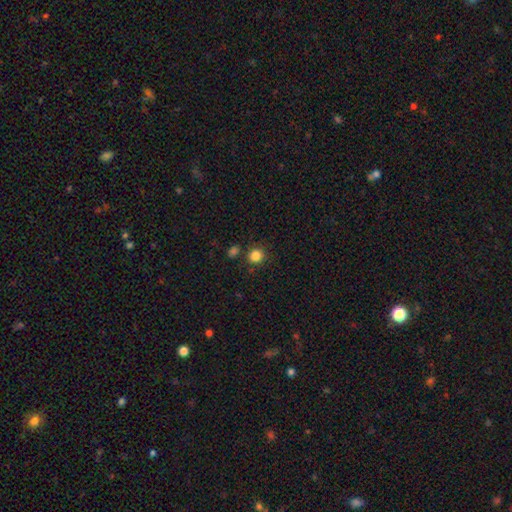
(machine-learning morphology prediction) A smooth galaxy with no disk features (85%) that is round (89%). Merging: none (84%).